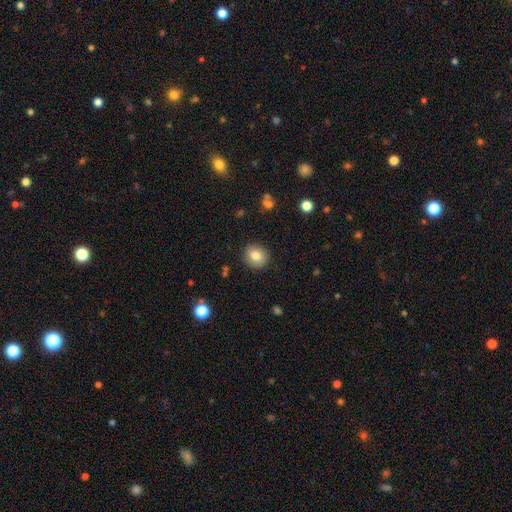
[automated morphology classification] Smooth or featured? smooth (81%)
How rounded? round (80%)
Merging? none (88%)